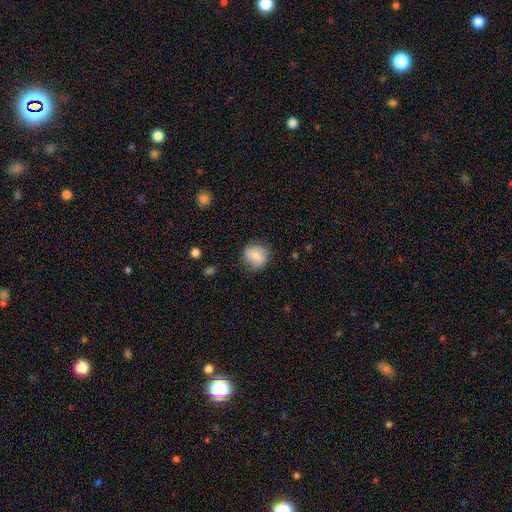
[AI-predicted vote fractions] Overall: smooth (78%). How rounded: round (84%). Merging: none (77%).